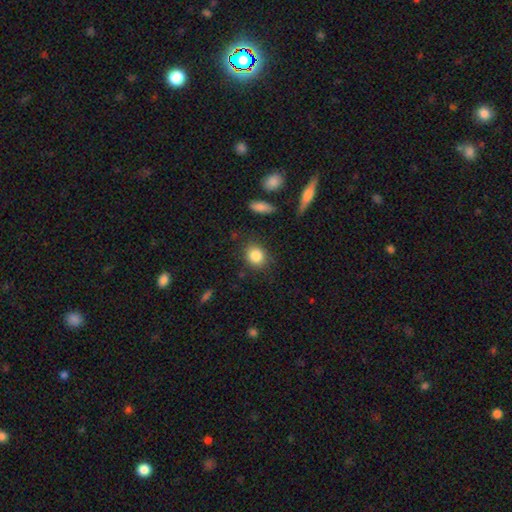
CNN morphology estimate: smooth 86%, star or artifact 9%, featured or disk 6%. Down the decision tree: how rounded — round (65%); merging — none (82%).